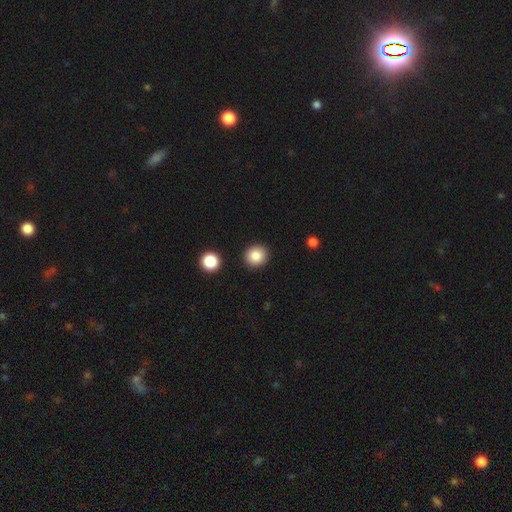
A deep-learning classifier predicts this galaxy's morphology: Smooth or featured: smooth — 85% (star or artifact — 10%)
How rounded: round — 88% (in between — 11%)
Merging: none — 90% (minor disturbance — 6%)